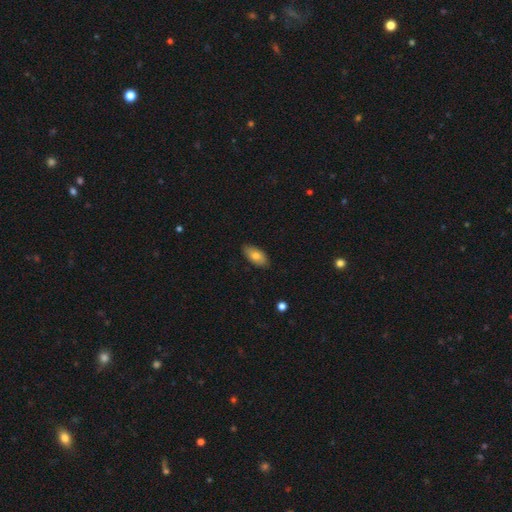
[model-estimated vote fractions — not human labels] Overall: smooth (75%). How rounded: in between (92%). Merging: none (86%).